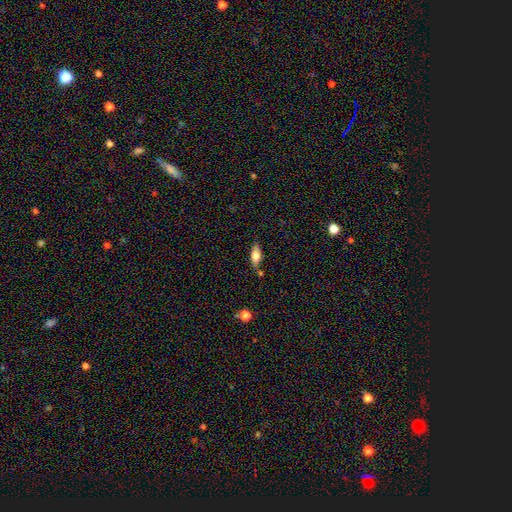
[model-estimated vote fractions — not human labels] A smooth galaxy with no disk features (63%) that is in between round and cigar-shaped (72%). Merging: none (73%).